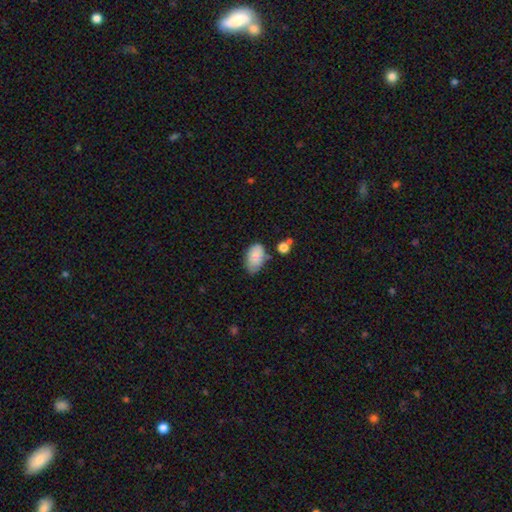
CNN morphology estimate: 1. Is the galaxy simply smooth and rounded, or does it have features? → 85% smooth, 8% star or artifact, 8% featured or disk.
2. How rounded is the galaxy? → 93% in between, 6% round, 1% cigar-shaped.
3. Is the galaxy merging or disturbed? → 54% none, 32% minor disturbance, 7% major disturbance, 6% merger.